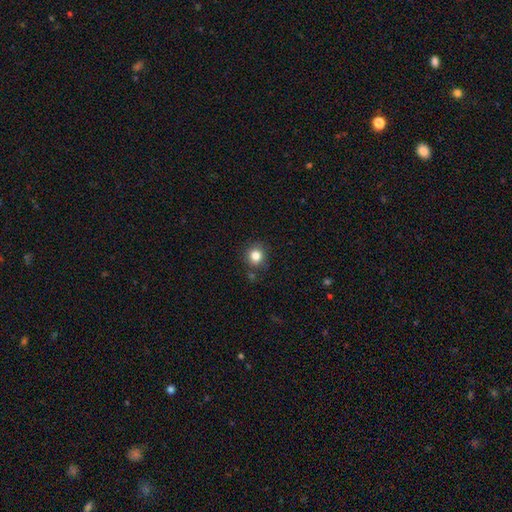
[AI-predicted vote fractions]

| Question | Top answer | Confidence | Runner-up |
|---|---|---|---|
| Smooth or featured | smooth | 83% | star or artifact (11%) |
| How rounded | round | 84% | in between (15%) |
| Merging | none | 83% | minor disturbance (11%) |